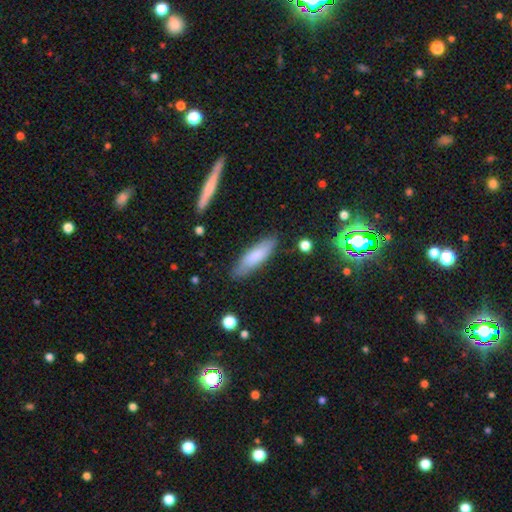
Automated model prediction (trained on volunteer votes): smooth 77%, featured or disk 17%, star or artifact 6%. Down the decision tree: how rounded — cigar-shaped (55%); merging — none (82%).